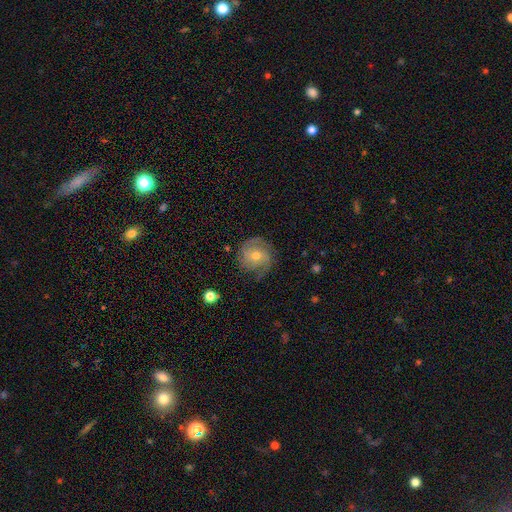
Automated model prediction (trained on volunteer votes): Q: Smooth or featured?
A: featured or disk (69%); runner-up: smooth (24%)
Q: Edge-on disk?
A: no (97%); runner-up: yes (3%)
Q: Bar?
A: no (68%); runner-up: weak (27%)
Q: Spiral arms?
A: yes (91%); runner-up: no (9%)
Q: Spiral winding?
A: tight (45%); runner-up: medium (38%)
Q: Spiral arm count?
A: 2 (53%); runner-up: can't tell (19%)
Q: Bulge size?
A: moderate (57%); runner-up: small (38%)
Q: Merging?
A: none (70%); runner-up: minor disturbance (20%)